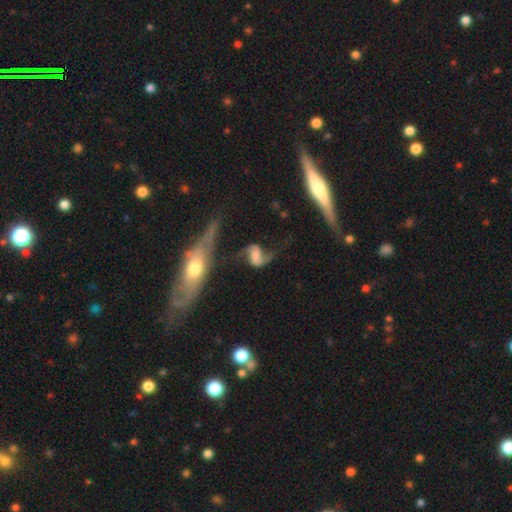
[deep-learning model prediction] Morphology: type=featured or disk (80%); edge-on=no (96%); bar=weak (40%, tied with no); spiral arms=yes (94%); winding=loose (78%); arm count=2 (92%); bulge=none (37%); merging=none (51%).